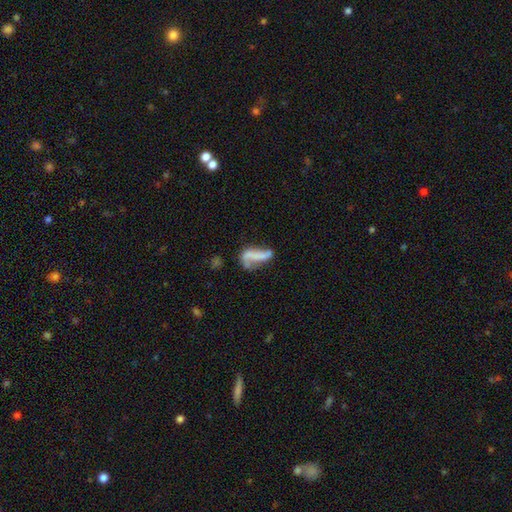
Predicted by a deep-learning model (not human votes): Overall: featured or disk (58%; smooth 32%). Edge-on disk: no (91%). Bar: no (50%; strong 27%). Spiral arms: yes (63%; no 37%). Bulge size: none (69%). Merging: none (36%; major disturbance 28%).